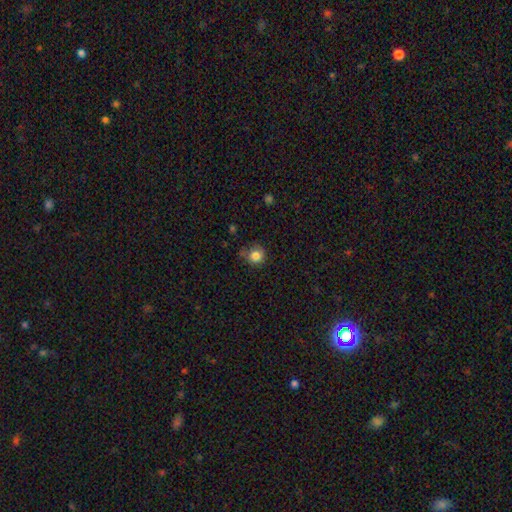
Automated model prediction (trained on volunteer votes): This appears to be a smooth galaxy with no disk features (84%) that is round (90%). Merging: none (71%).